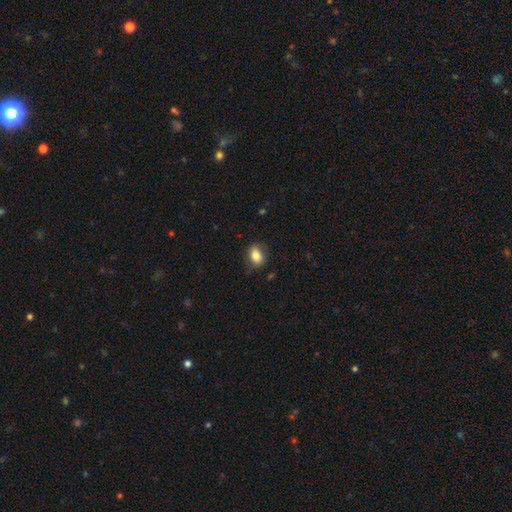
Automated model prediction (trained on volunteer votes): smooth_or_featured: smooth (p=0.82) [alt: featured or disk p=0.10]
how_rounded: in between (p=0.76) [alt: round p=0.23]
merging: none (p=0.77) [alt: minor disturbance p=0.17]